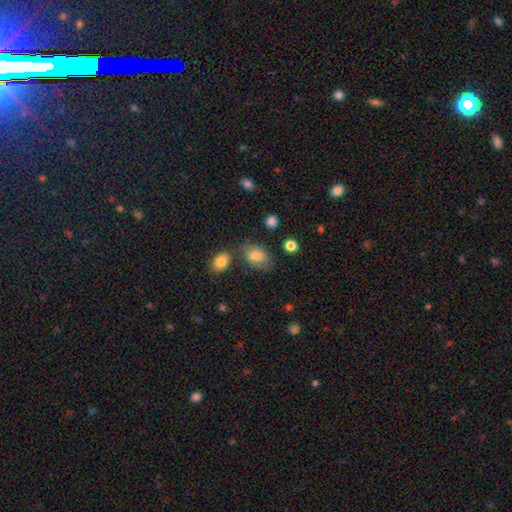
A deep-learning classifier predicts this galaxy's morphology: A smooth galaxy with no disk features (76%) that is in between round and cigar-shaped (85%).

Vote fractions:
- Smooth or featured? smooth: 76% / featured or disk: 15% / star or artifact: 9%
- How rounded? in between: 85% / round: 14% / cigar-shaped: 1%
- Merging? none: 64% / minor disturbance: 20% / merger: 10% / major disturbance: 7%